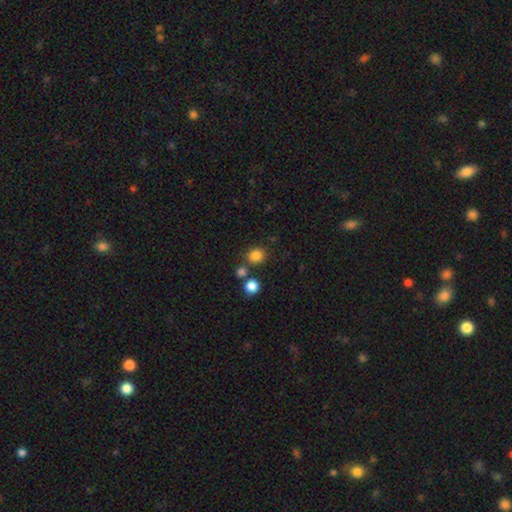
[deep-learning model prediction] A smooth galaxy with no disk features (82%) that is round (84%). Merging: none (76%).